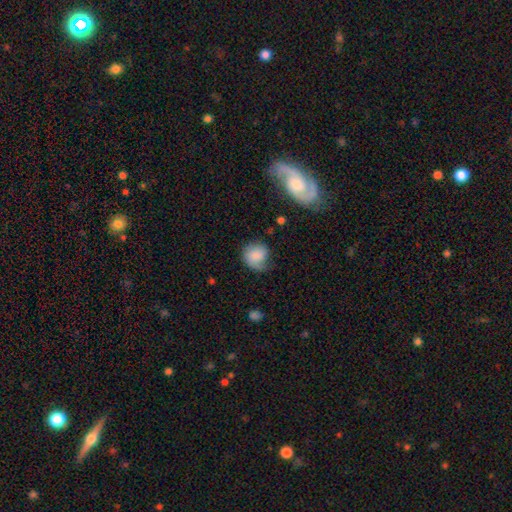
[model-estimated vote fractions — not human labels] Smooth or featured? Predicted: smooth (p=0.76). How rounded? Predicted: round (p=0.77). Merging? Predicted: none (p=0.50).